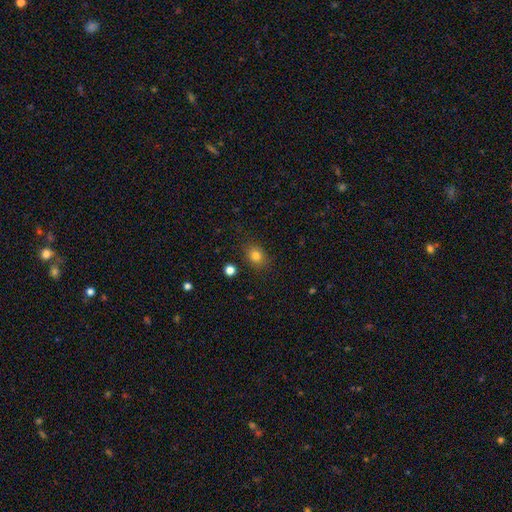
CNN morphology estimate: Smooth or featured? smooth (81%)
How rounded? round (51%)
Merging? none (85%)